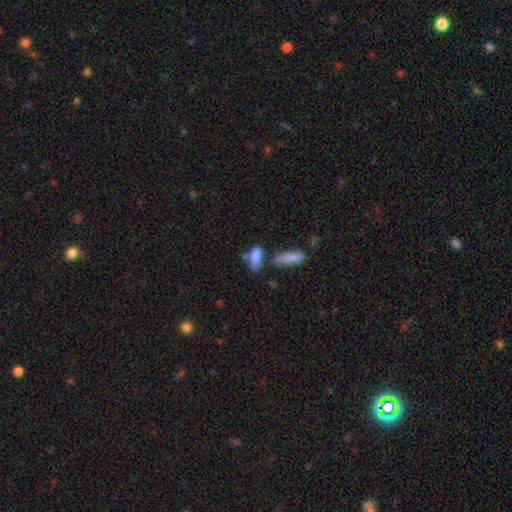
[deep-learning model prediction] This appears to be a smooth galaxy with no disk features (80%) that is in between round and cigar-shaped (73%). Merging: none (39%).